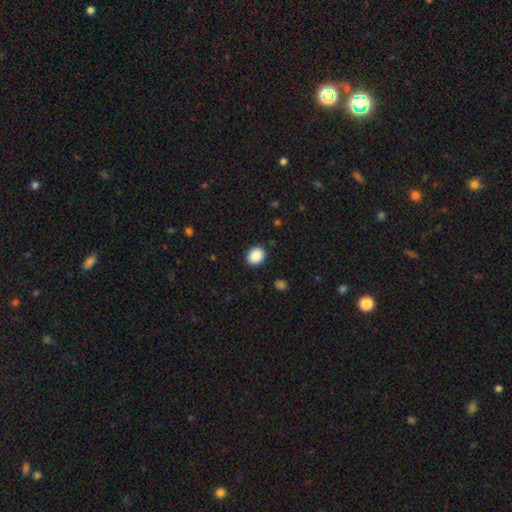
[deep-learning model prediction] A smooth galaxy with no disk features (89%) that is round (63%).

Vote fractions:
- Smooth or featured? smooth: 89% / star or artifact: 8% / featured or disk: 3%
- How rounded? round: 63% / in between: 36% / cigar-shaped: 1%
- Merging? none: 90% / minor disturbance: 7% / major disturbance: 2% / merger: 1%